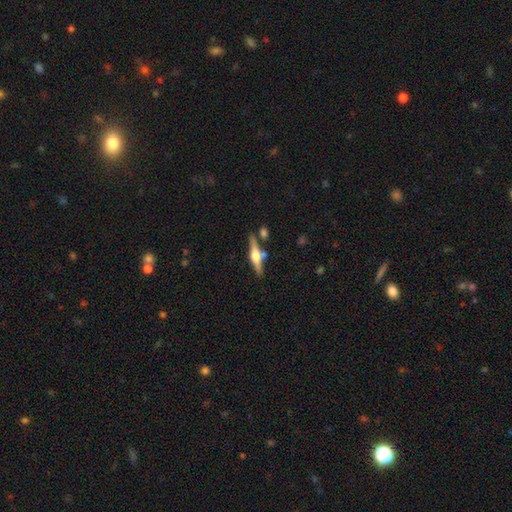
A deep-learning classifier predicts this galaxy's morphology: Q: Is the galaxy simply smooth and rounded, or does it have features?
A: featured or disk — 75%.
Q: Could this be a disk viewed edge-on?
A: yes — 97%.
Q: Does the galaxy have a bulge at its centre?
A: rounded — 93%.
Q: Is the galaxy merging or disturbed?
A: none — 77%.